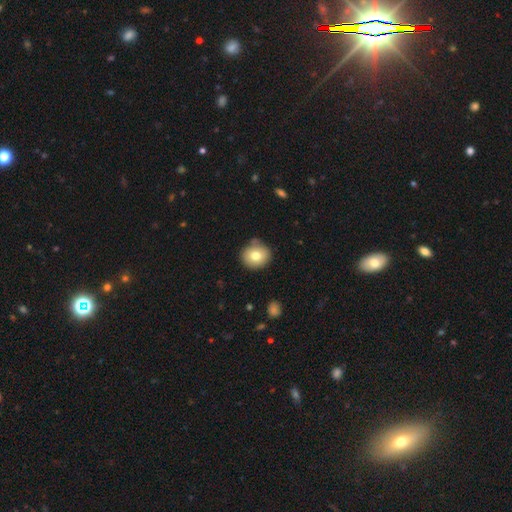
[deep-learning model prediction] smooth 76%, featured or disk 15%, star or artifact 10%. Down the decision tree: how rounded — round (84%); merging — none (81%).